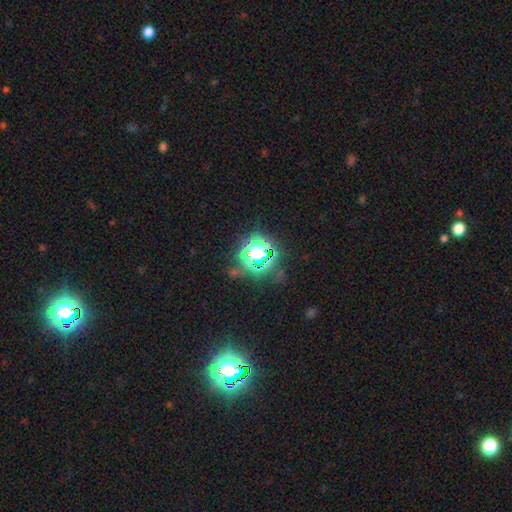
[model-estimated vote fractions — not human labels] Overall: star or artifact (62%; smooth 27%).